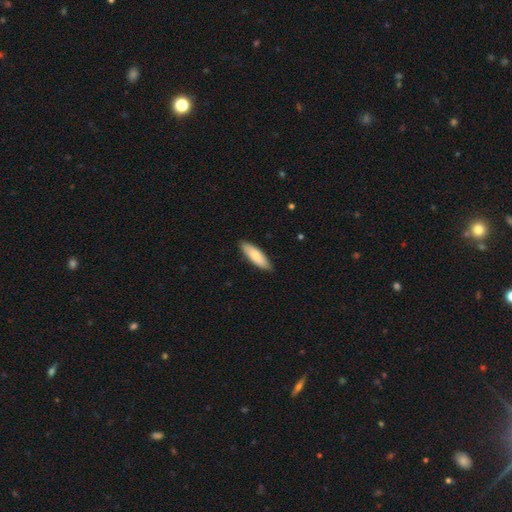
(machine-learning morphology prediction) Smooth or featured: smooth — 78% (featured or disk — 17%)
How rounded: in between — 50% (cigar-shaped — 48%)
Merging: none — 87% (minor disturbance — 11%)